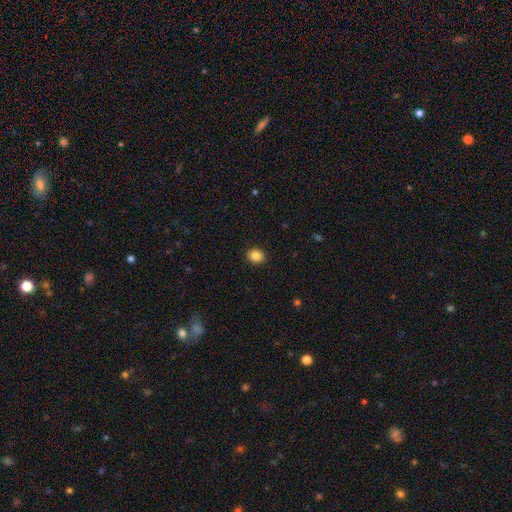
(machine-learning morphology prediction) Smooth or featured: smooth — 87% (star or artifact — 9%)
How rounded: in between — 56% (round — 44%)
Merging: none — 90% (minor disturbance — 7%)